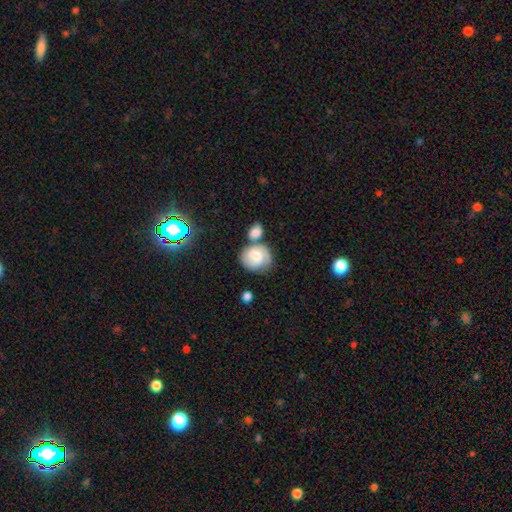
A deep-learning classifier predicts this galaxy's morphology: The model was most divided on "smooth or featured": featured or disk: 52%, smooth: 40%, star or artifact: 8%. Remaining: edge-on disk — no (97%); spiral arms — yes (85%); bulge size — moderate (54%); bar — no (51%); merging — none (46%).